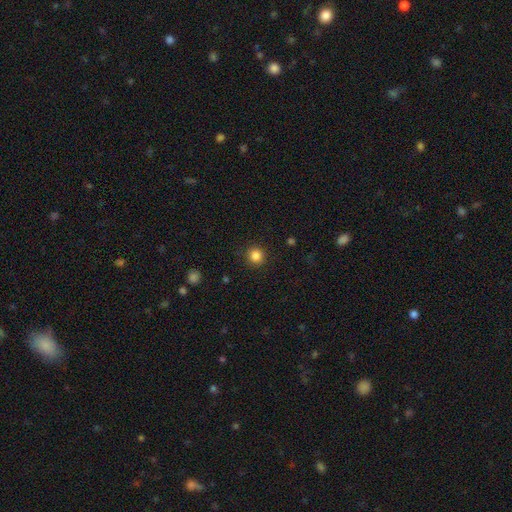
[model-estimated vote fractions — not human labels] smooth 85%, star or artifact 11%, featured or disk 3%. Down the decision tree: how rounded — round (94%); merging — none (91%).